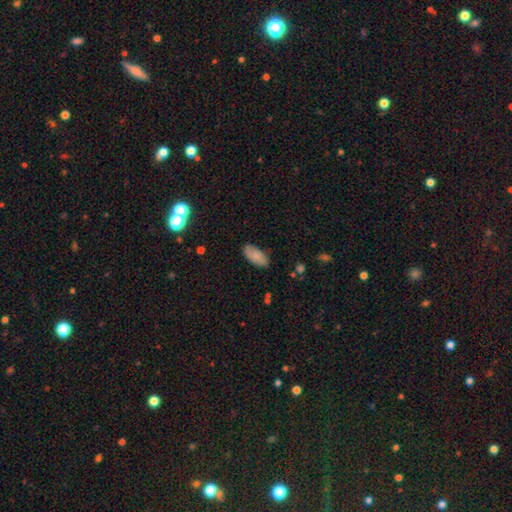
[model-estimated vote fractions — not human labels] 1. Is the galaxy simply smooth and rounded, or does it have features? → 81% smooth, 12% featured or disk, 7% star or artifact.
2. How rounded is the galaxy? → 90% in between, 7% cigar-shaped, 2% round.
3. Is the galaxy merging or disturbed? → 81% none, 15% minor disturbance, 3% major disturbance, 1% merger.